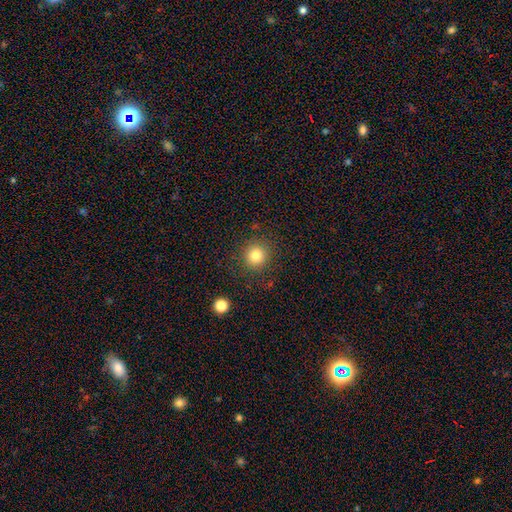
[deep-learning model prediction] smooth 81%, star or artifact 12%, featured or disk 7%. Down the decision tree: how rounded — round (91%); merging — none (87%).